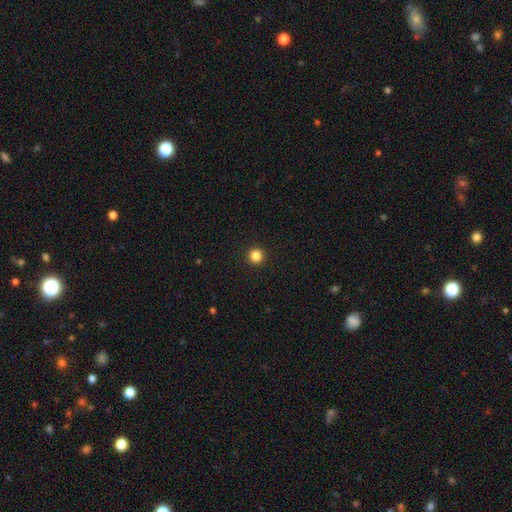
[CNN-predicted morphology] Overall: smooth (84%). How rounded: round (96%). Merging: none (94%).